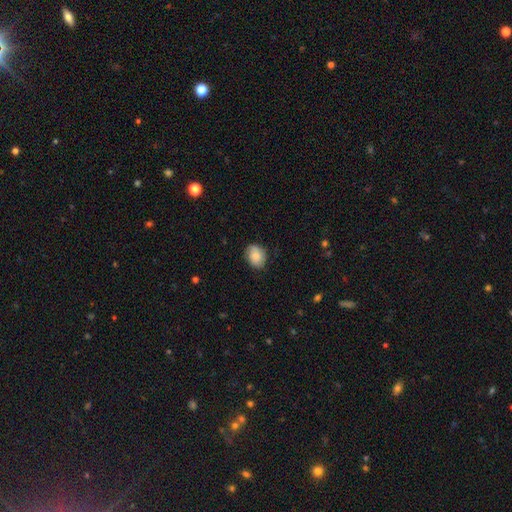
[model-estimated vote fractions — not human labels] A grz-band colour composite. It shows a smooth galaxy with no disk features (82%) that is in between round and cigar-shaped (63%). Merging: none (80%).